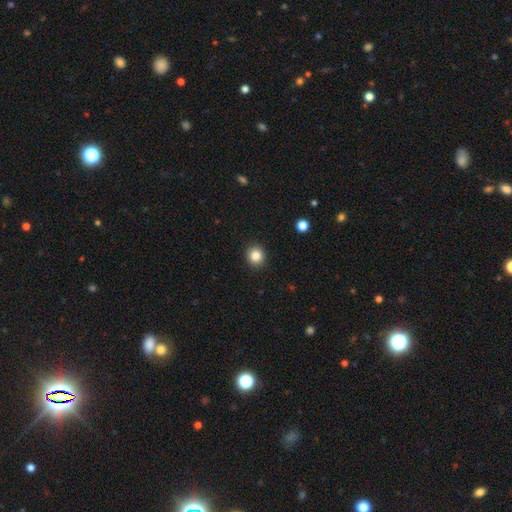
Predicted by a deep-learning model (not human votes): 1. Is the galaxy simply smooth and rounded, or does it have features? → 84% smooth, 11% star or artifact, 5% featured or disk.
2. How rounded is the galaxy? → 85% round, 14% in between, 1% cigar-shaped.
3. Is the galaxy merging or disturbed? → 92% none, 5% minor disturbance, 2% major disturbance, 1% merger.